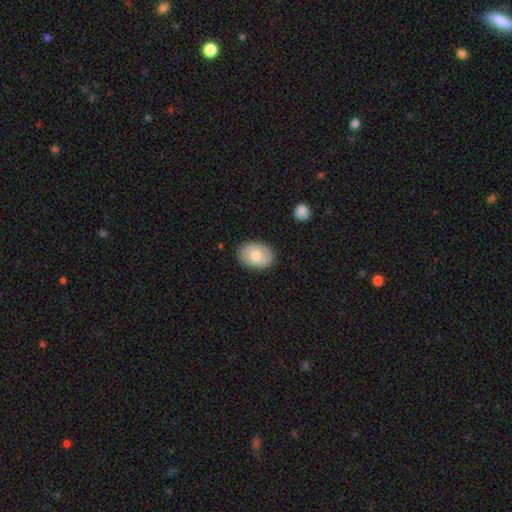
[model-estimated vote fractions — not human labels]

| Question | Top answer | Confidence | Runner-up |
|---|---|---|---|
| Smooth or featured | smooth | 72% | featured or disk (22%) |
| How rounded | in between | 81% | round (18%) |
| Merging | none | 86% | minor disturbance (11%) |